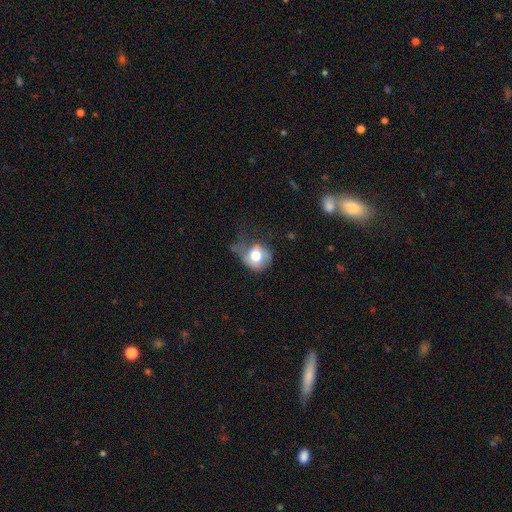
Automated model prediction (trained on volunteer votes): This is likely a smooth galaxy (66%). How rounded: likely round (73%). Merging: marginally major disturbance (34%).